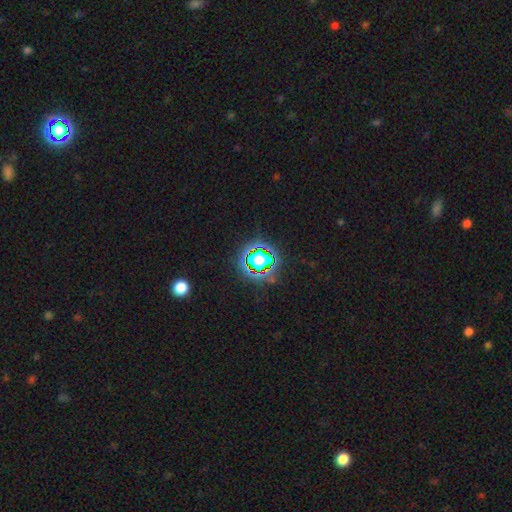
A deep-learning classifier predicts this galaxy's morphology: This is likely a star or artifact rather than a galaxy (61%).